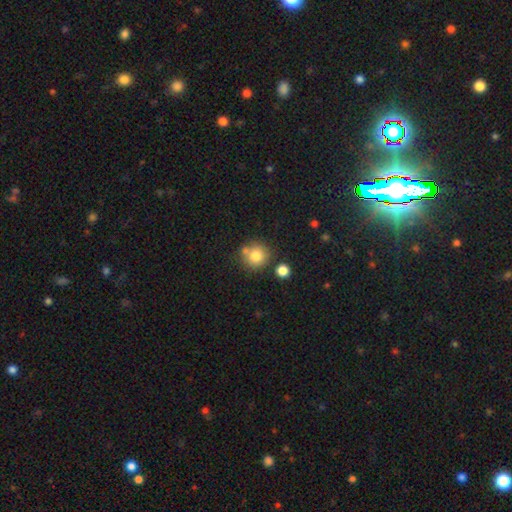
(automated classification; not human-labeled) smooth-or-featured: smooth: 79% | star or artifact: 11% | featured or disk: 10%
  how-rounded: round: 91% | in between: 8% | cigar-shaped: 1%
  merging: none: 68% | merger: 17% | minor disturbance: 11% | major disturbance: 4%